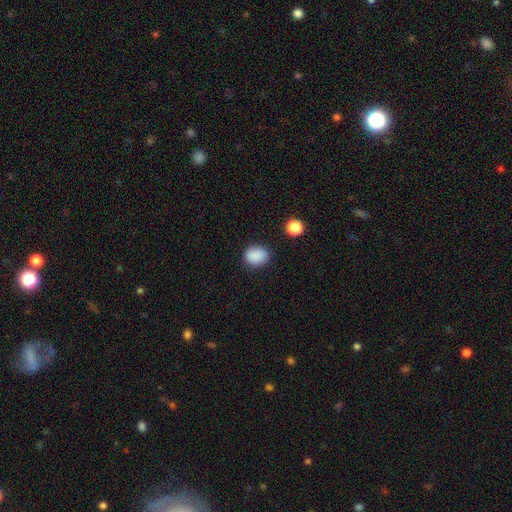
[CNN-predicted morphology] smooth-or-featured: smooth: 88% | star or artifact: 9% | featured or disk: 3%
  how-rounded: in between: 57% | round: 42% | cigar-shaped: 1%
  merging: none: 83% | minor disturbance: 12% | major disturbance: 3% | merger: 2%